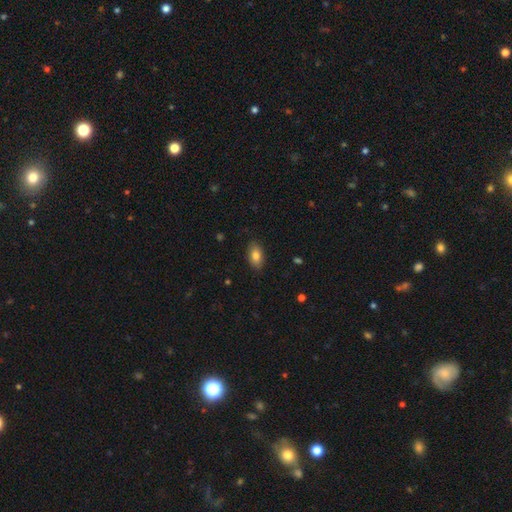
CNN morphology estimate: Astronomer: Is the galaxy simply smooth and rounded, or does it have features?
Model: smooth — 82%.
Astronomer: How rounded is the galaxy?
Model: in between — 91%.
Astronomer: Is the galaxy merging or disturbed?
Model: none — 85%.